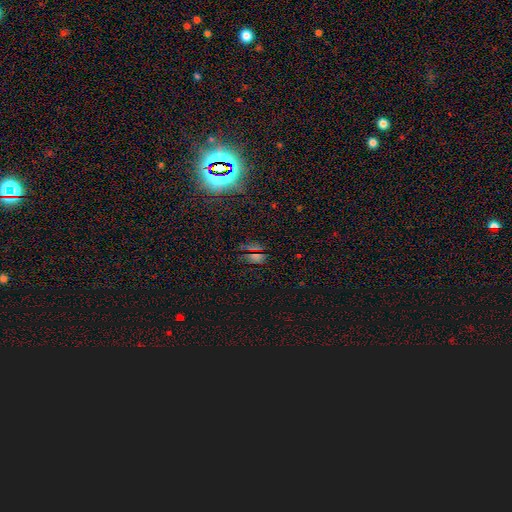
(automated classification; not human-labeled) Overall: star or artifact (57%; smooth 34%).